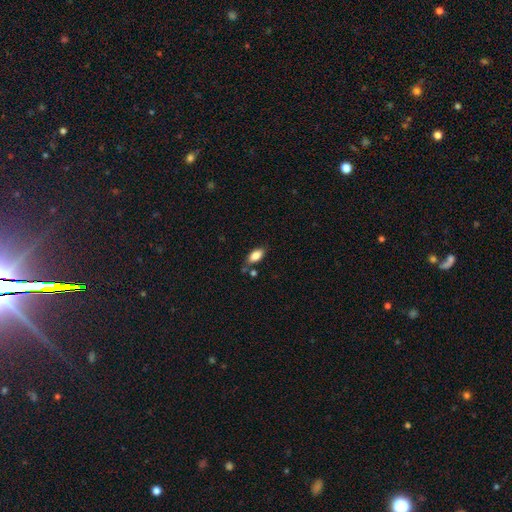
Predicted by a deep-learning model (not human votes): Smooth or featured? smooth (83%)
How rounded? in between (90%)
Merging? none (71%)